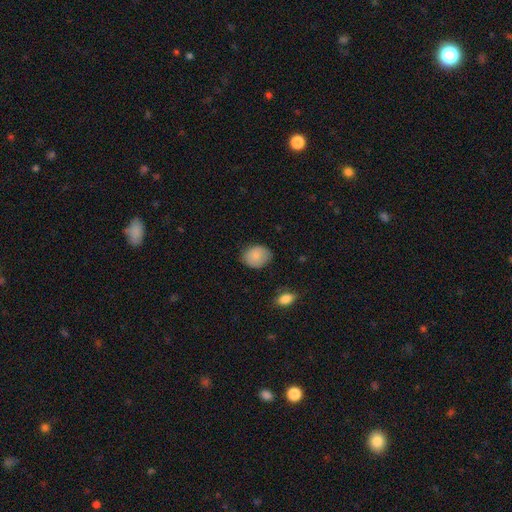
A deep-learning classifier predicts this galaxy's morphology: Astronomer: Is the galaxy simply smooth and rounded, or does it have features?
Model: smooth — 84%.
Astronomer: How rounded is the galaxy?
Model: in between — 53% (runner-up: round, 46%).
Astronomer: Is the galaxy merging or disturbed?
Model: none — 77%.